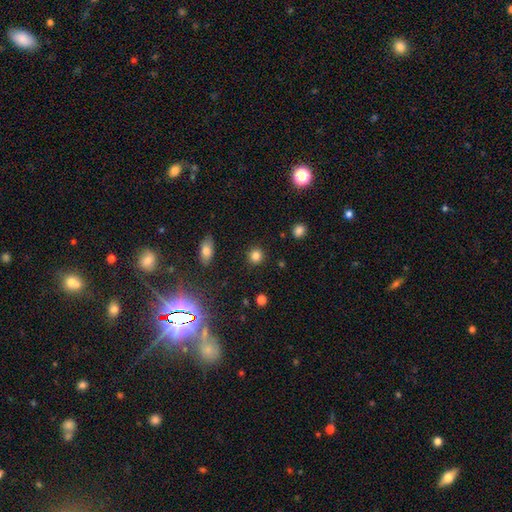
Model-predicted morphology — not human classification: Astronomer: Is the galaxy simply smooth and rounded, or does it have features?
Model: smooth — 82%.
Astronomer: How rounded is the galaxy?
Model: round — 90%.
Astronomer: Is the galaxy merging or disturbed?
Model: none — 91%.